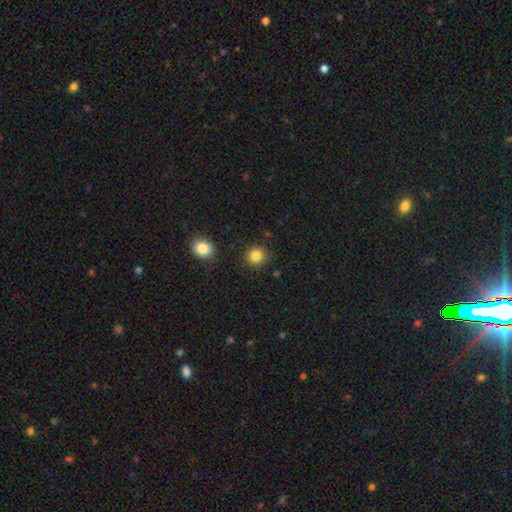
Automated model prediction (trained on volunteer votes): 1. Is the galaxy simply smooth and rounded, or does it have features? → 85% smooth, 11% star or artifact, 4% featured or disk.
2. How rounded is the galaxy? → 90% round, 9% in between, 1% cigar-shaped.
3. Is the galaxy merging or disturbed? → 88% none, 7% minor disturbance, 2% merger, 2% major disturbance.